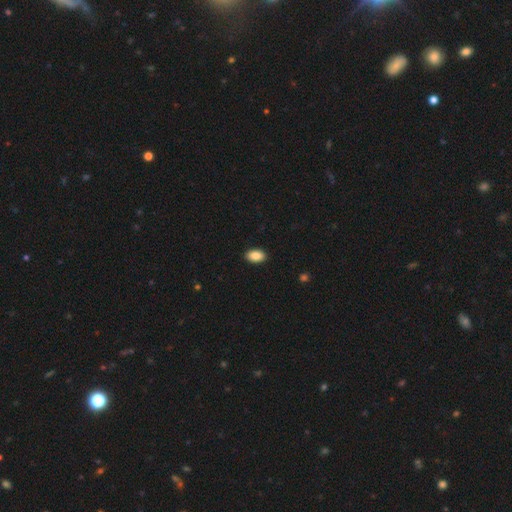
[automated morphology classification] smooth 88%, star or artifact 7%, featured or disk 4%. Down the decision tree: how rounded — in between (92%); merging — none (91%).